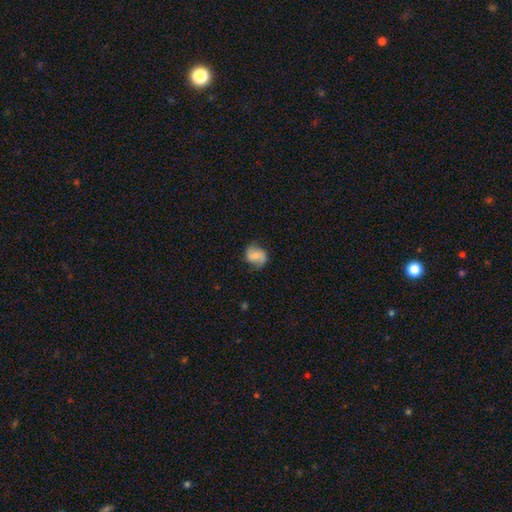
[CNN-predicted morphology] Overall: featured or disk (50%; smooth 42%). Merging: none (74%).